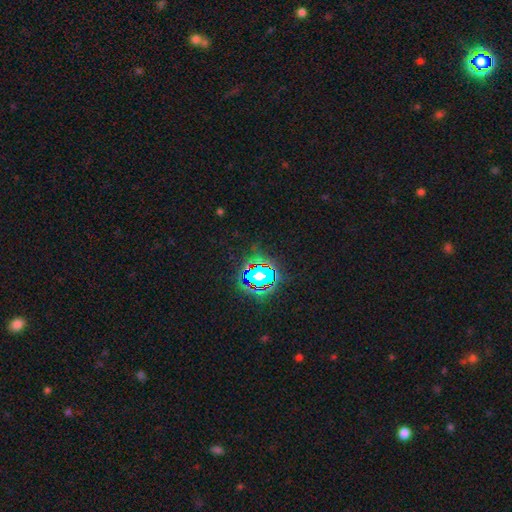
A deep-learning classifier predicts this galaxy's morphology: Smooth or featured? star or artifact (82%)